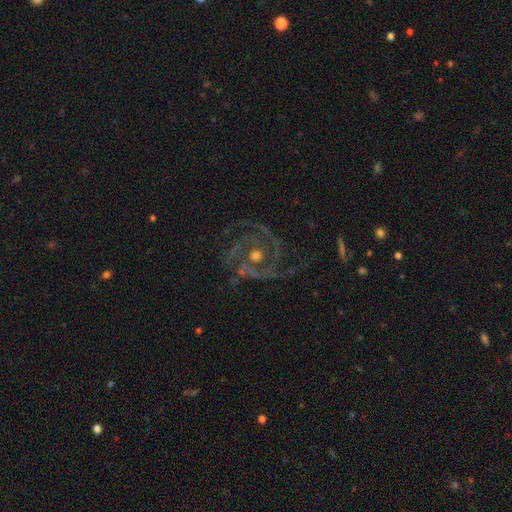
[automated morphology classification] This appears to be a featured or disk galaxy (88%) with no bar (75%), 2 (43%) tight (51%) spiral arms (95%) and a moderate central bulge (71%). Merging: none (66%).